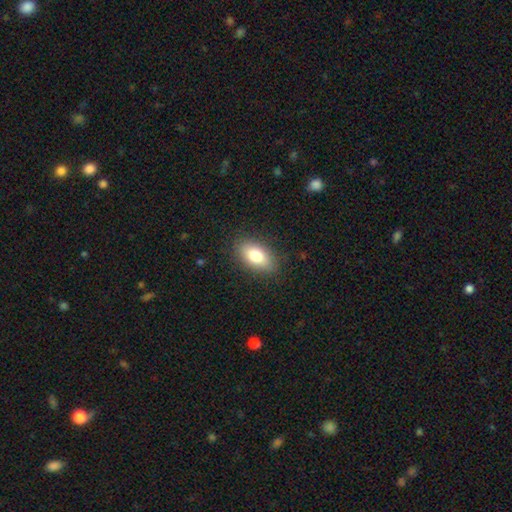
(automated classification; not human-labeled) Smooth or featured: smooth — 80% (featured or disk — 13%)
How rounded: in between — 90% (round — 6%)
Merging: none — 87% (minor disturbance — 10%)